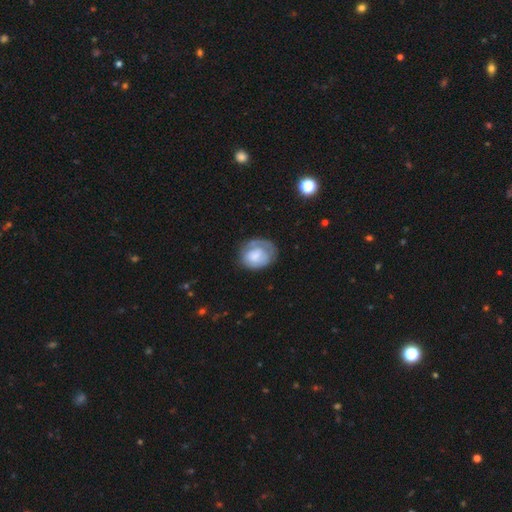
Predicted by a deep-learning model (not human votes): Morphology: type=smooth (50%); roundness=in between (50%); merging=none (56%).